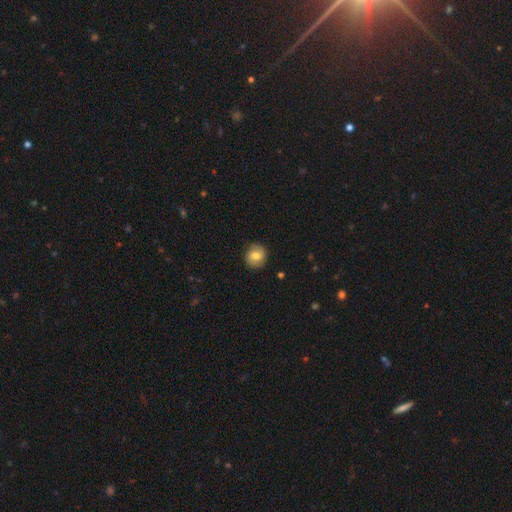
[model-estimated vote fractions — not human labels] Smooth or featured?
  - smooth: 76% *
  - featured or disk: 16%
  - star or artifact: 8%
How rounded?
  - round: 86% *
  - in between: 13%
  - cigar-shaped: 1%
Merging?
  - none: 87% *
  - minor disturbance: 10%
  - major disturbance: 2%
  - merger: 1%